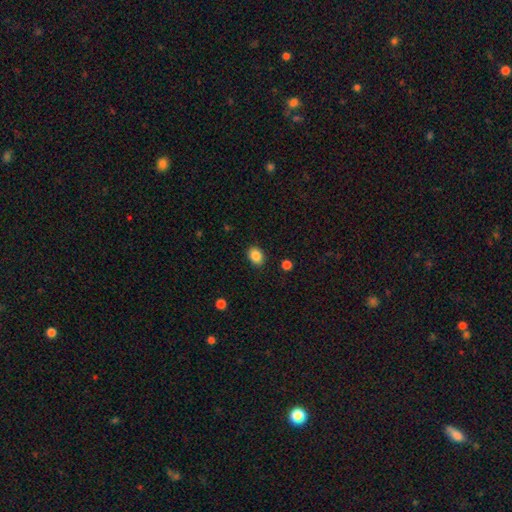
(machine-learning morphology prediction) The model was most divided on "how rounded": in between: 66%, round: 33%, cigar-shaped: 1%. More confident: merging — none (88%); smooth or featured — smooth (88%).